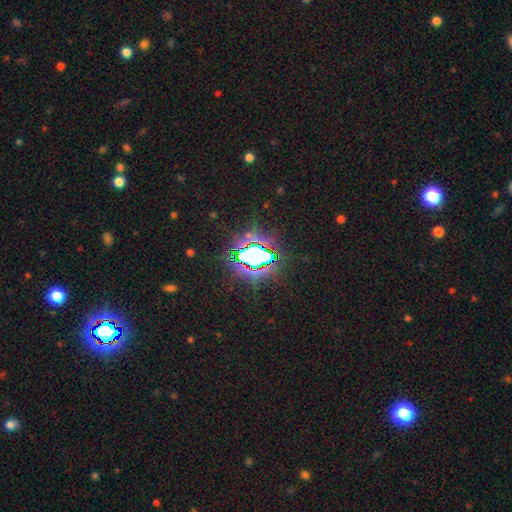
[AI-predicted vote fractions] A star or artifact, not a galaxy (74%).